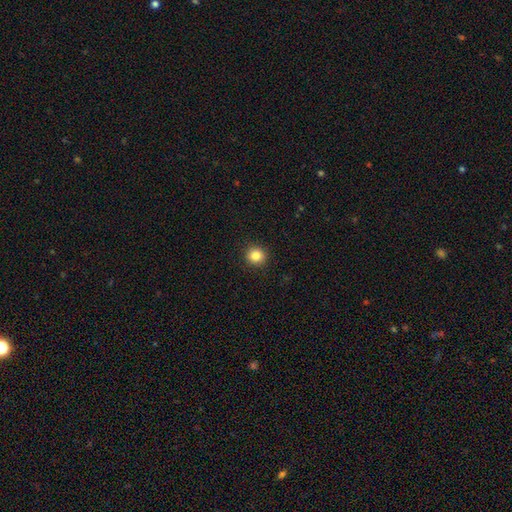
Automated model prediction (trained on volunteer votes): Morphology: type=smooth (85%); roundness=round (91%); merging=none (92%).